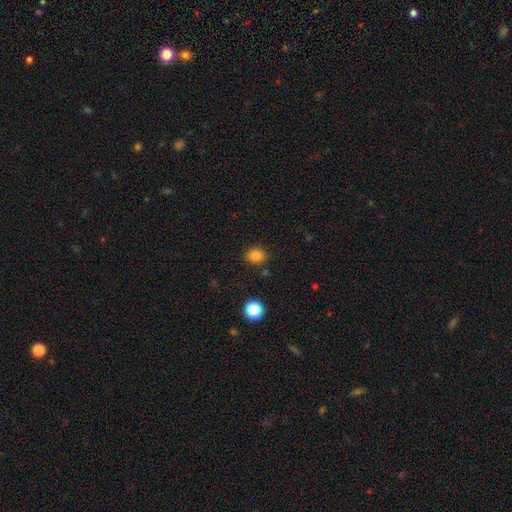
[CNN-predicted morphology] This appears to be a smooth galaxy with no disk features (83%) that is round (74%). Merging: none (85%).